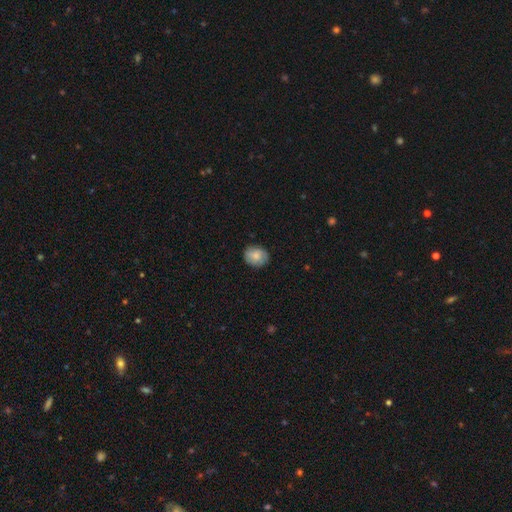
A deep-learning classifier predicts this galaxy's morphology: The model was most divided on "how rounded": round: 63%, in between: 36%, cigar-shaped: 1%. More confident: merging — none (81%); smooth or featured — smooth (76%).